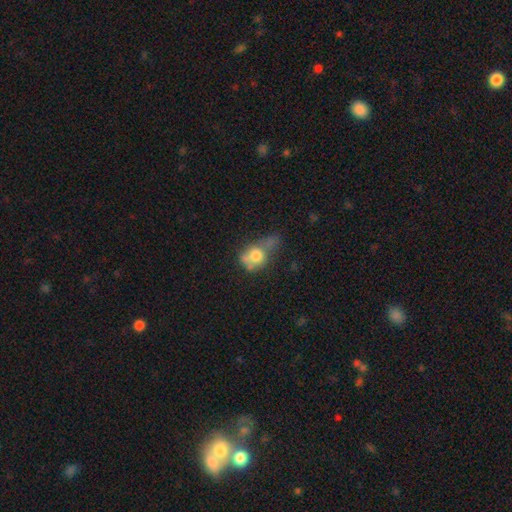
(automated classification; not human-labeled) smooth-or-featured: smooth: 66% | featured or disk: 24% | star or artifact: 11%
  how-rounded: round: 50% | in between: 47% | cigar-shaped: 3%
  merging: merger: 30% | major disturbance: 25% | none: 24% | minor disturbance: 21%